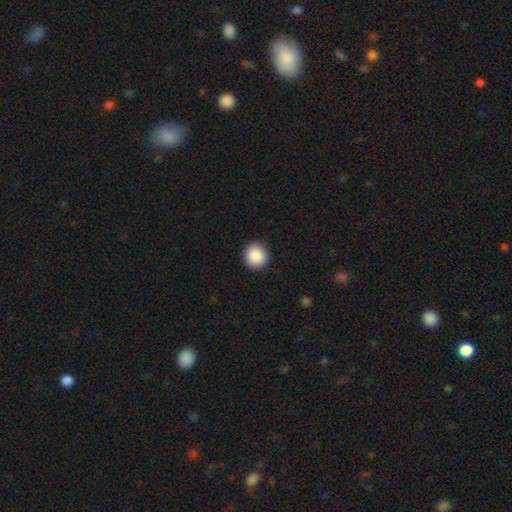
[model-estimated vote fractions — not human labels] Smooth or featured? smooth (89%)
How rounded? round (93%)
Merging? none (92%)